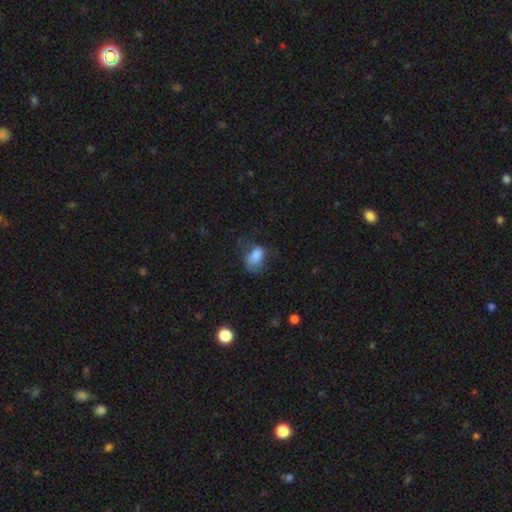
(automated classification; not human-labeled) smooth 76%, featured or disk 14%, star or artifact 10%. Down the decision tree: how rounded — in between (82%); merging — none (35%).